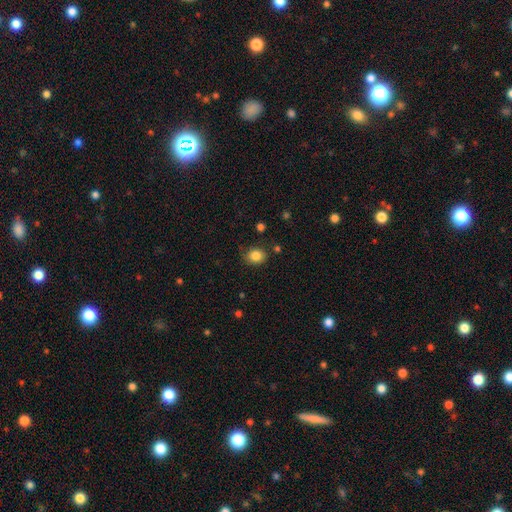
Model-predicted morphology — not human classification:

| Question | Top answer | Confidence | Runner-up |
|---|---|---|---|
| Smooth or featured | smooth | 85% | star or artifact (10%) |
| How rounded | round | 59% | in between (40%) |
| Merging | none | 79% | minor disturbance (15%) |